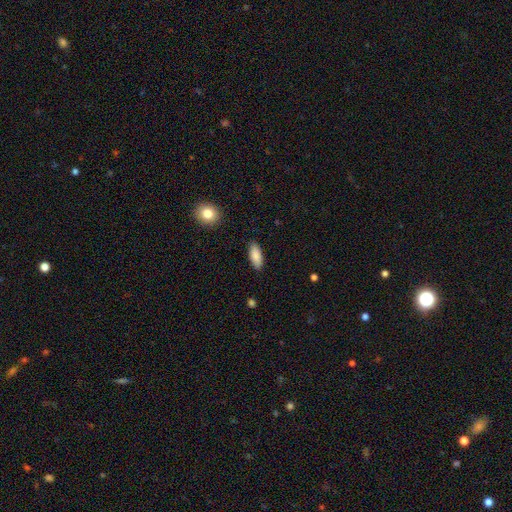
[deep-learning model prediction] This is clearly a smooth galaxy (88%). How rounded: clearly in between (81%). Merging: clearly none (87%).